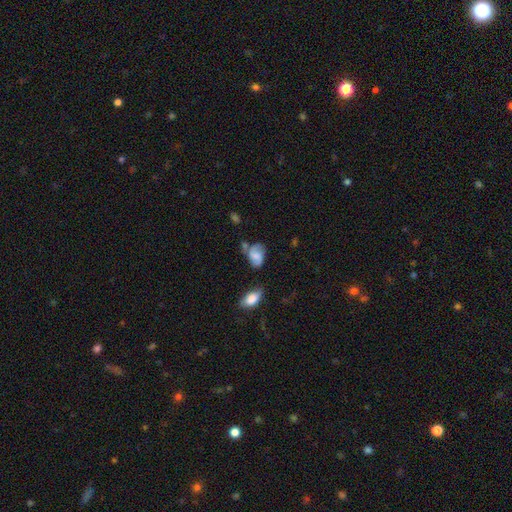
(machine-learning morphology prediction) Overall: smooth (46%; featured or disk 45%). Merging: none (43%; minor disturbance 29%).